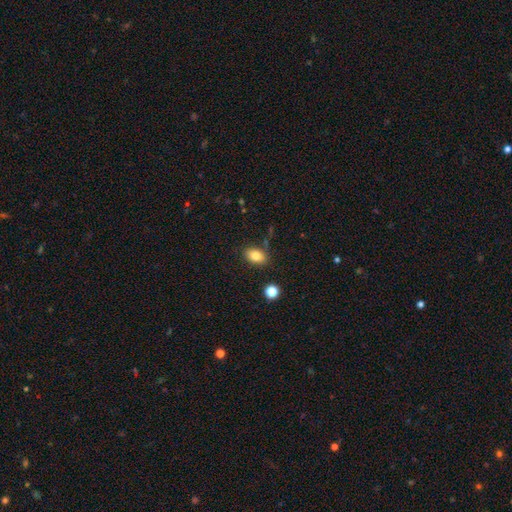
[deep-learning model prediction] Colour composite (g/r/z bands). It shows a smooth galaxy with no disk features (82%) that is in between round and cigar-shaped (84%). Merging: none (81%).